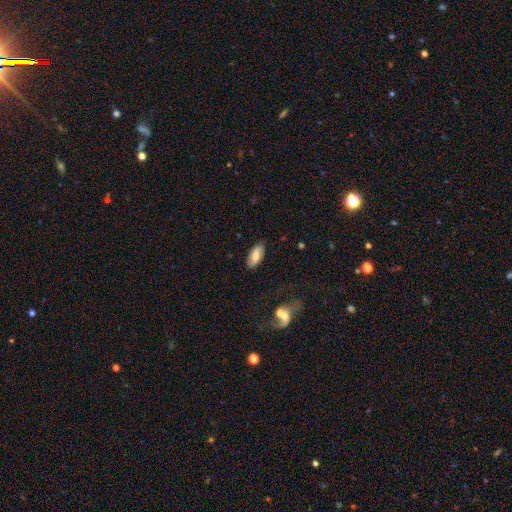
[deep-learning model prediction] Morphology: type=smooth (71%); roundness=in between (88%); merging=none (84%).